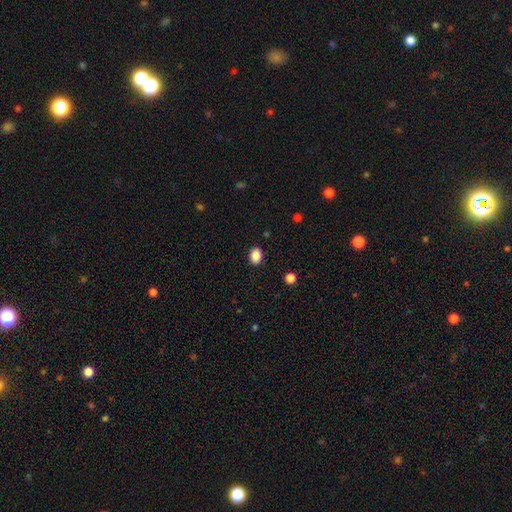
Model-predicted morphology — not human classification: Smooth or featured: smooth — 88% (star or artifact — 9%)
How rounded: in between — 69% (round — 30%)
Merging: none — 89% (minor disturbance — 8%)